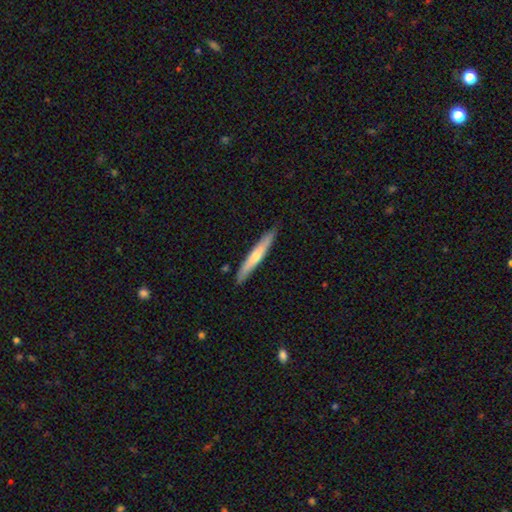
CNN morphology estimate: type=smooth (55%); roundness=cigar-shaped (95%); merging=none (88%).